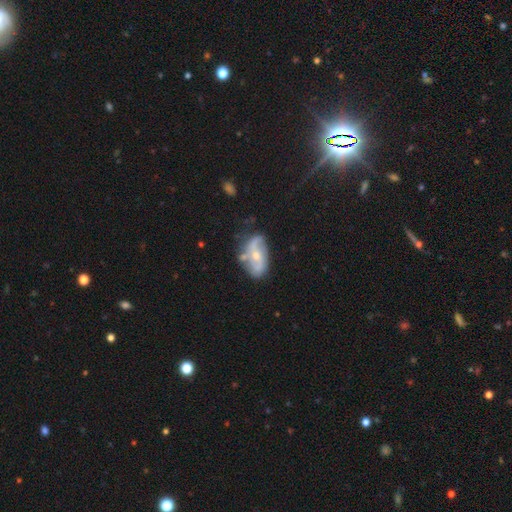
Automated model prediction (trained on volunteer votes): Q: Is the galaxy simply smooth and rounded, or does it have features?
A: featured or disk — 73%.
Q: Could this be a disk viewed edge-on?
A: no — 94%.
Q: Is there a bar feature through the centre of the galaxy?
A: no — 53%.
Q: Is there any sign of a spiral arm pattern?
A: yes — 83%.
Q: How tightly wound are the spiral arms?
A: loose — 47%.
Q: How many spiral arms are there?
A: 2 — 78%.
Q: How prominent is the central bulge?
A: small — 50%.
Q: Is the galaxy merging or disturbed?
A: none — 58%.